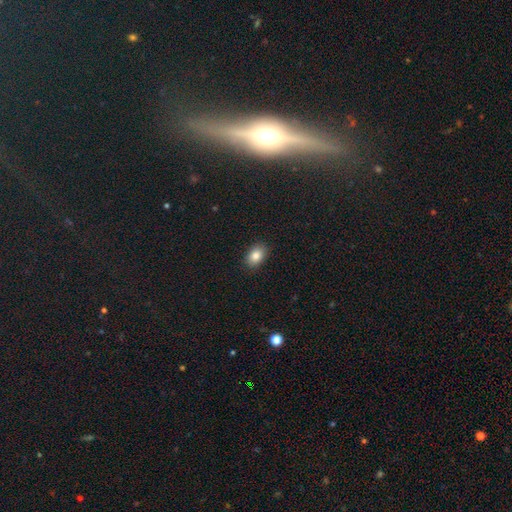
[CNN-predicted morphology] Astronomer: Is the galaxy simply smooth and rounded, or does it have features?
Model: smooth — 84%.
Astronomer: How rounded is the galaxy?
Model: in between — 83%.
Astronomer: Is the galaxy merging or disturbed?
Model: none — 88%.